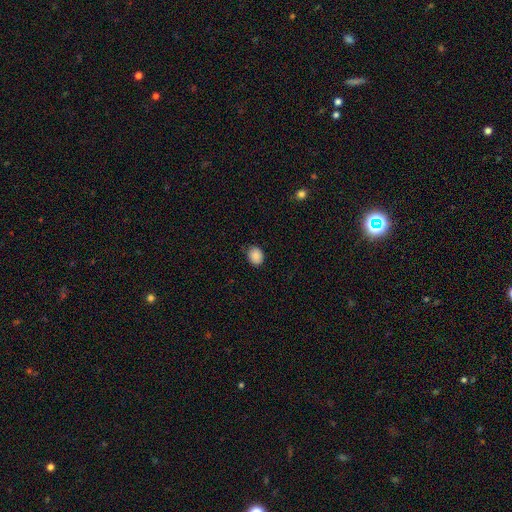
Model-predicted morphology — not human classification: Smooth or featured?
  - smooth: 88% *
  - star or artifact: 8%
  - featured or disk: 3%
How rounded?
  - in between: 50% *
  - round: 49%
  - cigar-shaped: 1%
Merging?
  - none: 78% *
  - minor disturbance: 18%
  - major disturbance: 3%
  - merger: 1%